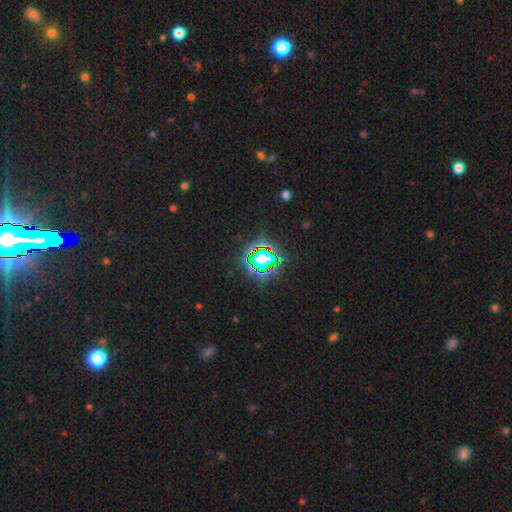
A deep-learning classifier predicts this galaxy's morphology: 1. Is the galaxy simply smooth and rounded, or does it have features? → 73% star or artifact, 17% smooth, 10% featured or disk.